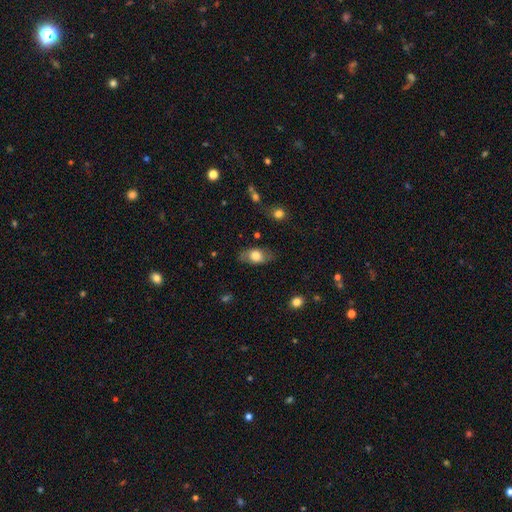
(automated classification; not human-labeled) smooth 69%, featured or disk 24%, star or artifact 7%. Down the decision tree: how rounded — in between (87%); merging — none (74%).